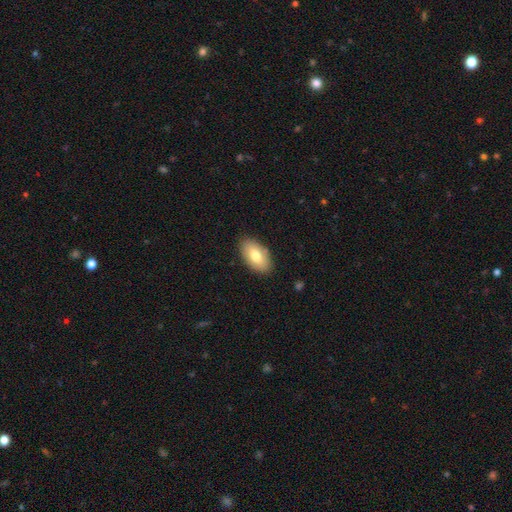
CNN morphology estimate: Q: Smooth or featured?
A: smooth (75%); runner-up: featured or disk (18%)
Q: How rounded?
A: in between (94%); runner-up: round (4%)
Q: Merging?
A: none (86%); runner-up: minor disturbance (11%)